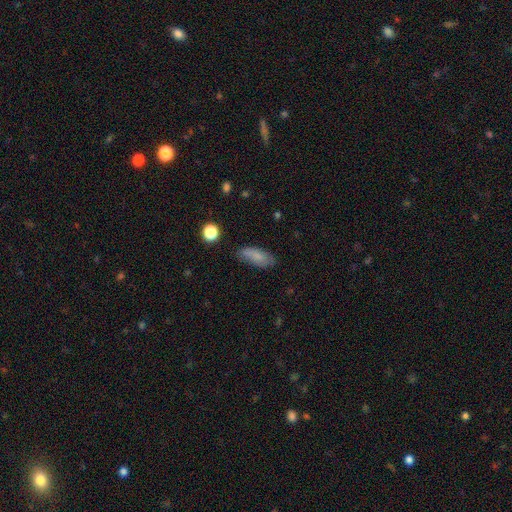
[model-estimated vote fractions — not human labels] Q: Smooth or featured?
A: smooth (80%); runner-up: featured or disk (12%)
Q: How rounded?
A: in between (77%); runner-up: cigar-shaped (20%)
Q: Merging?
A: none (68%); runner-up: minor disturbance (23%)